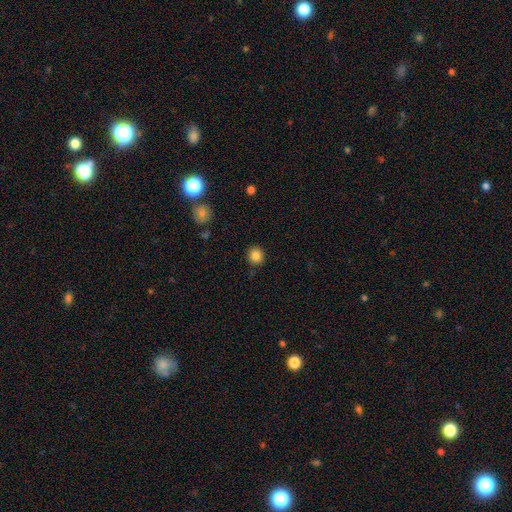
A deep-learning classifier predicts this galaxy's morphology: smooth_or_featured: smooth (p=0.84) [alt: star or artifact p=0.10]
how_rounded: round (p=0.87) [alt: in between p=0.12]
merging: none (p=0.89) [alt: minor disturbance p=0.08]